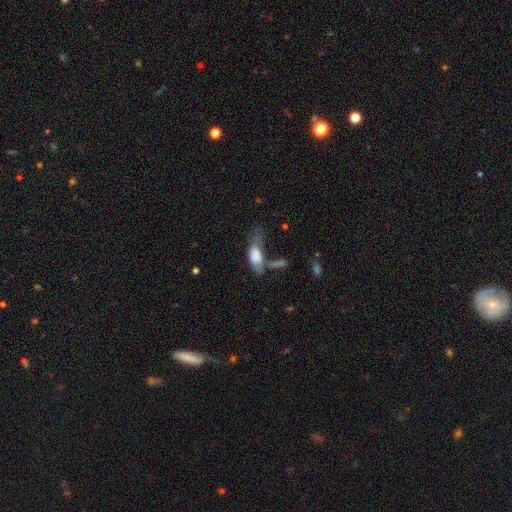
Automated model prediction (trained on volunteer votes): This is likely a smooth galaxy (70%). How rounded: clearly in between (85%). Merging: marginally major disturbance (35%).